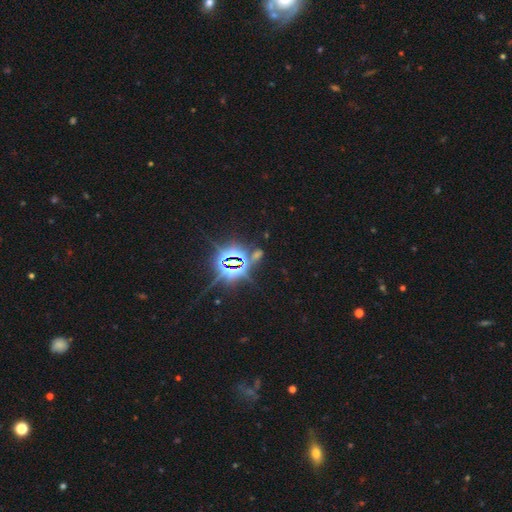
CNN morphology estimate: type=star or artifact (83%).